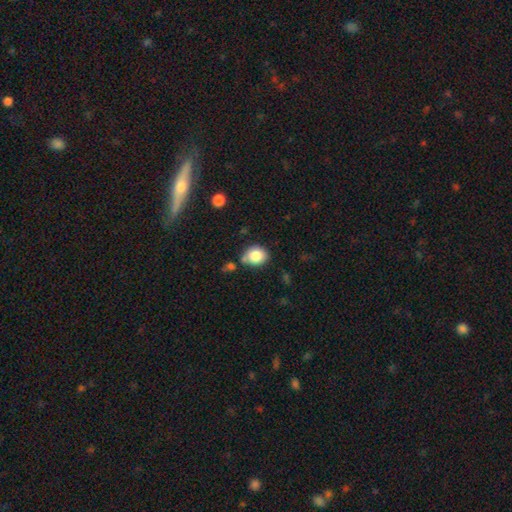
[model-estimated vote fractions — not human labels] This is clearly a smooth galaxy (84%). How rounded: likely round (63%). Merging: likely none (64%).